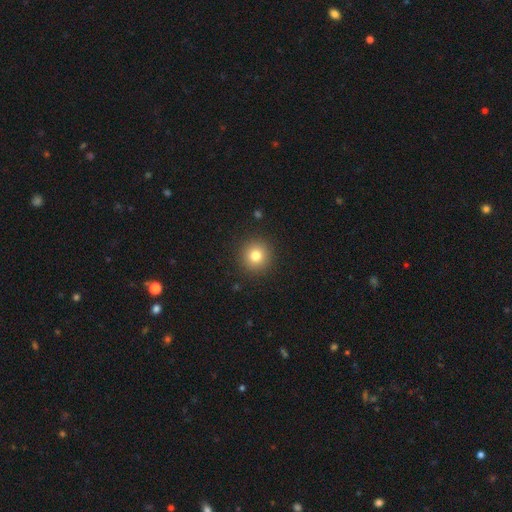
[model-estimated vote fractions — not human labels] Morphology: type=smooth (79%); roundness=round (95%); merging=none (92%).